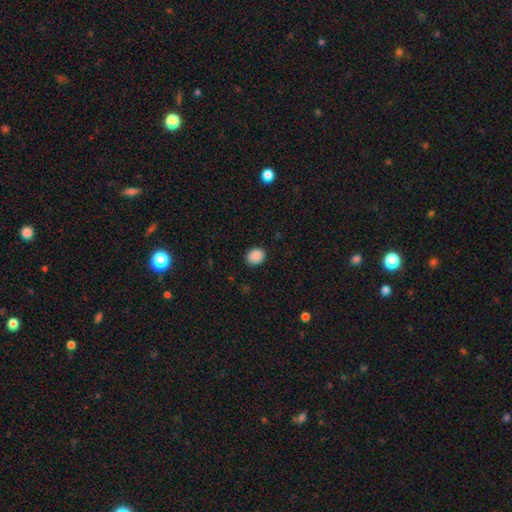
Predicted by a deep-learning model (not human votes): Smooth or featured: smooth — 89% (star or artifact — 8%)
How rounded: round — 50% (in between — 49%)
Merging: none — 88% (minor disturbance — 9%)